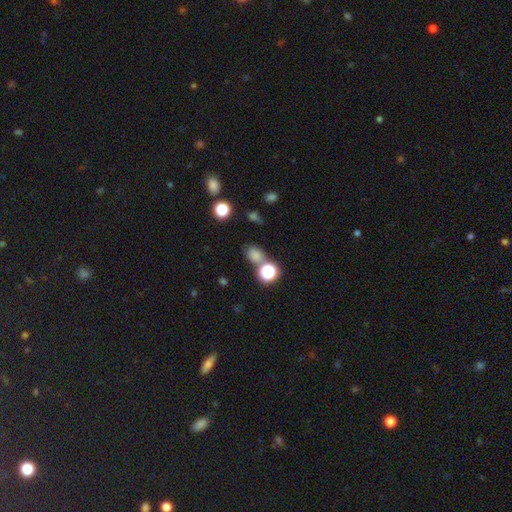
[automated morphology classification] Smooth or featured: smooth — 72% (star or artifact — 21%)
How rounded: round — 53% (in between — 46%)
Merging: none — 60% (merger — 21%)